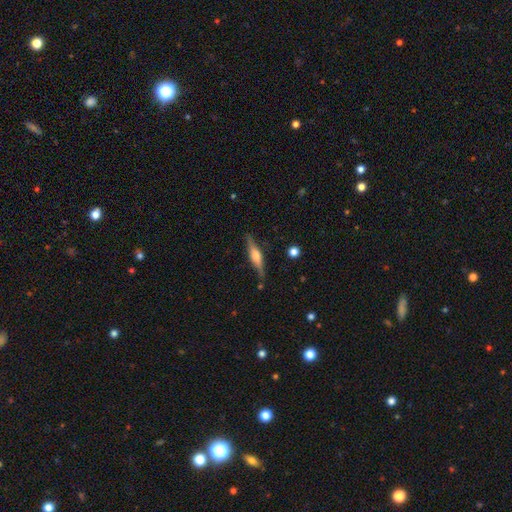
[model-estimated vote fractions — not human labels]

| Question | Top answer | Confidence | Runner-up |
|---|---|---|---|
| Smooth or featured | featured or disk | 66% | smooth (28%) |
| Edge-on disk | yes | 96% | no (4%) |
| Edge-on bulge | rounded | 81% | boxy (15%) |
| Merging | none | 84% | minor disturbance (12%) |